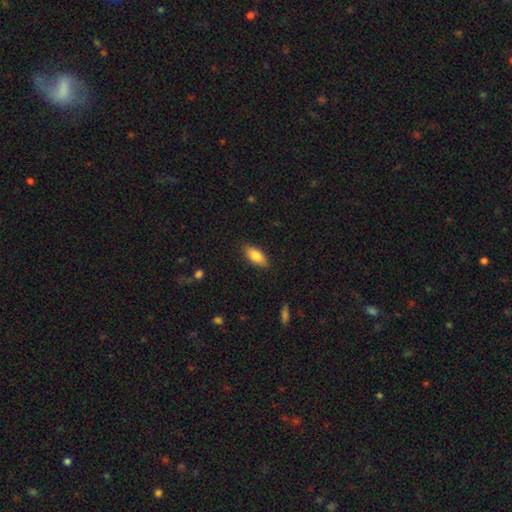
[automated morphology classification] A smooth galaxy with no disk features (85%) that is in between round and cigar-shaped (86%). Merging: none (86%).